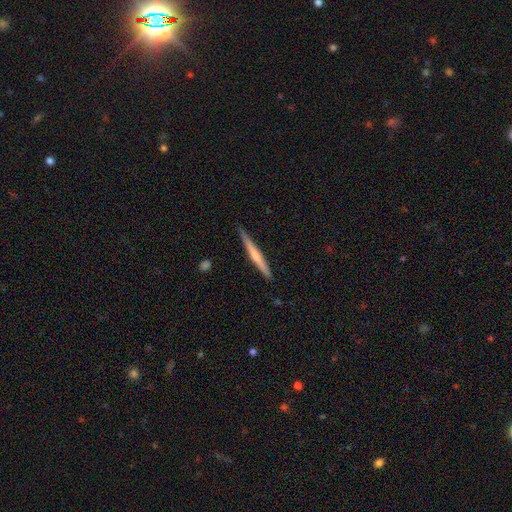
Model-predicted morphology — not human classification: Smooth or featured? featured or disk (53%)
Edge-on disk? yes (97%)
Edge-on bulge? rounded (54%)
Merging? none (88%)